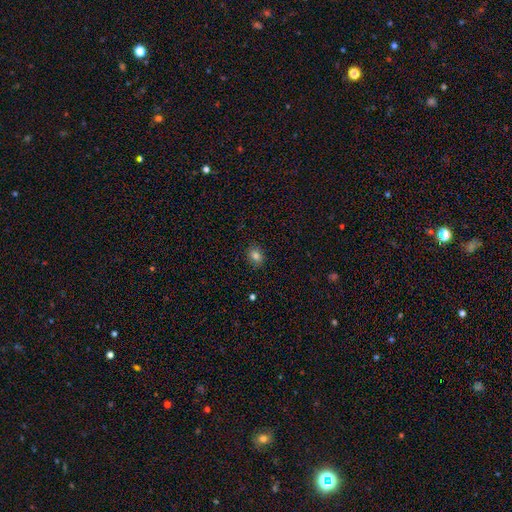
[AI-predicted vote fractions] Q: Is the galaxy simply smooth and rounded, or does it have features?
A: smooth — 82%.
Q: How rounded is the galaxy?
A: round — 55%.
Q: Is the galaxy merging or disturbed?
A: none — 87%.